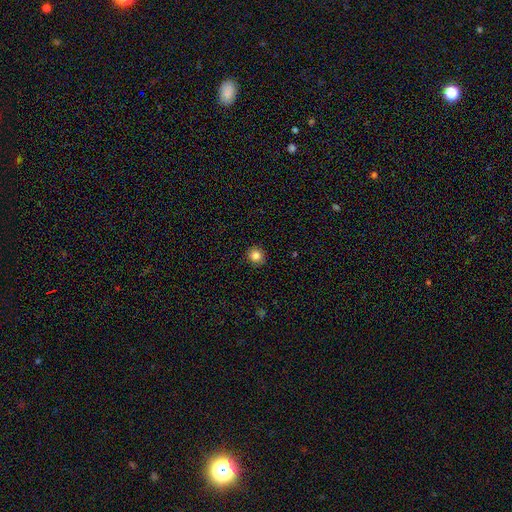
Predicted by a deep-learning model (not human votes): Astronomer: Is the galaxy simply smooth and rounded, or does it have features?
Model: smooth — 84%.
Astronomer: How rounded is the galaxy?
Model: round — 90%.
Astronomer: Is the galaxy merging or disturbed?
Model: none — 91%.